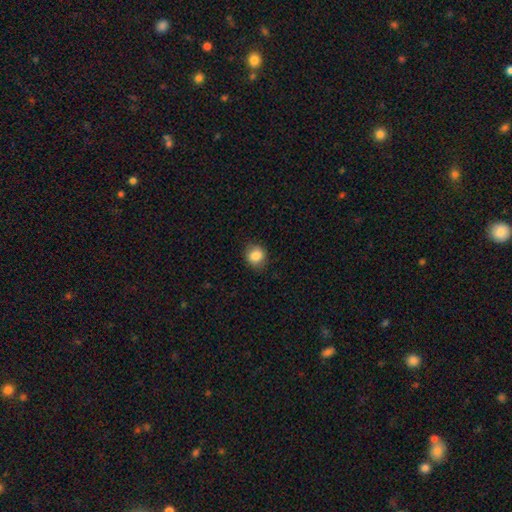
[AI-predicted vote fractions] Overall: smooth (85%). How rounded: round (76%). Merging: none (83%).